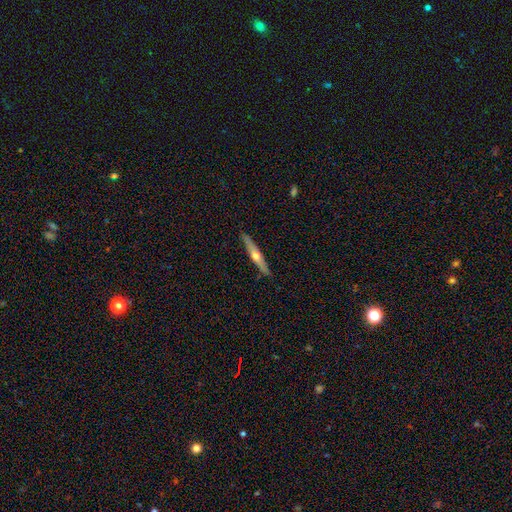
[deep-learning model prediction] Smooth or featured? featured or disk (64%)
Edge-on disk? yes (96%)
Edge-on bulge? rounded (90%)
Merging? none (91%)